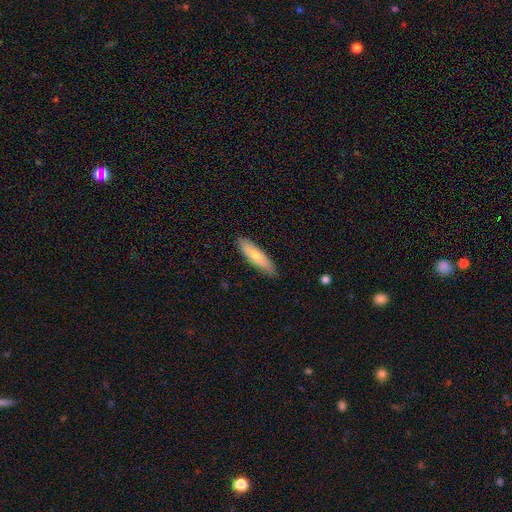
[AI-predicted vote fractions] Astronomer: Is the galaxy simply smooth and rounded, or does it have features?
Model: smooth — 75%.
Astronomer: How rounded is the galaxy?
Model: cigar-shaped — 66%.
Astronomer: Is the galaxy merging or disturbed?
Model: none — 83%.